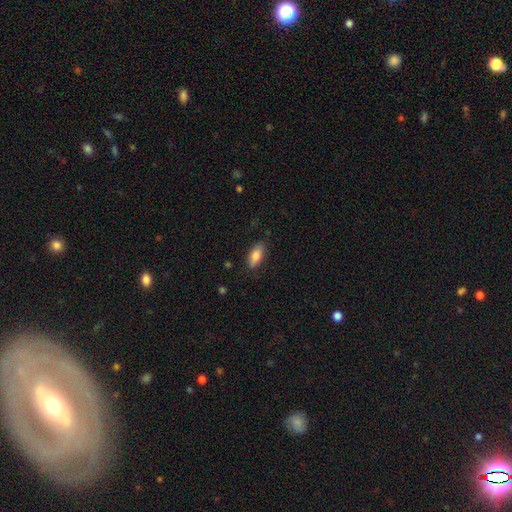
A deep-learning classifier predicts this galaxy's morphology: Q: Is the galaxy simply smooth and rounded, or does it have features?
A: smooth — 80%.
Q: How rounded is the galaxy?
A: in between — 79%.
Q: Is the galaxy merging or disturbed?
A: none — 82%.